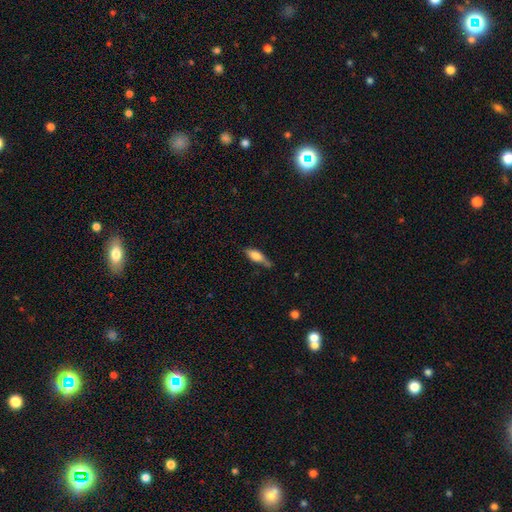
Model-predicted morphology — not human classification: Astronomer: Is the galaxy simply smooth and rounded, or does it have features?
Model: smooth — 62%.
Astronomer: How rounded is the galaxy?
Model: in between — 53% (runner-up: cigar-shaped, 44%).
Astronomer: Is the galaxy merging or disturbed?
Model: none — 61%.